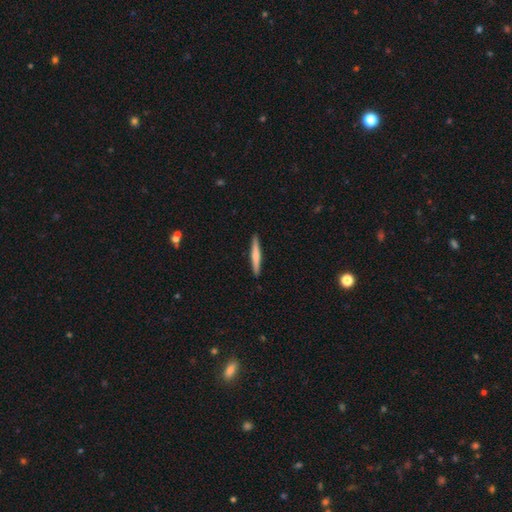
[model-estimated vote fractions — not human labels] Smooth or featured?
  - smooth: 57% *
  - featured or disk: 38%
  - star or artifact: 5%
How rounded?
  - cigar-shaped: 95% *
  - in between: 4%
  - round: 1%
Merging?
  - none: 92% *
  - minor disturbance: 6%
  - major disturbance: 1%
  - merger: 1%